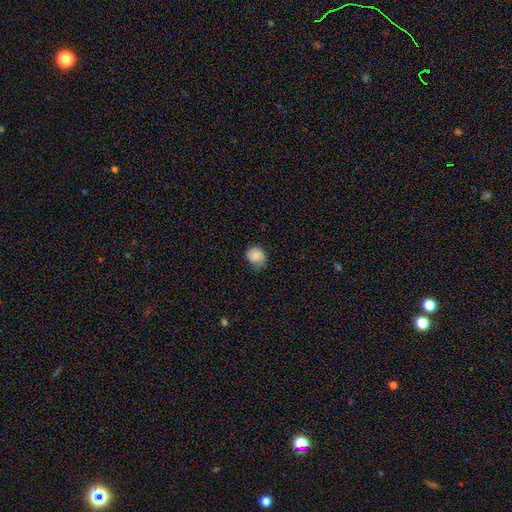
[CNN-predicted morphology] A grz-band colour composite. It shows a smooth galaxy with no disk features (76%) that is round (70%). Merging: none (56%).